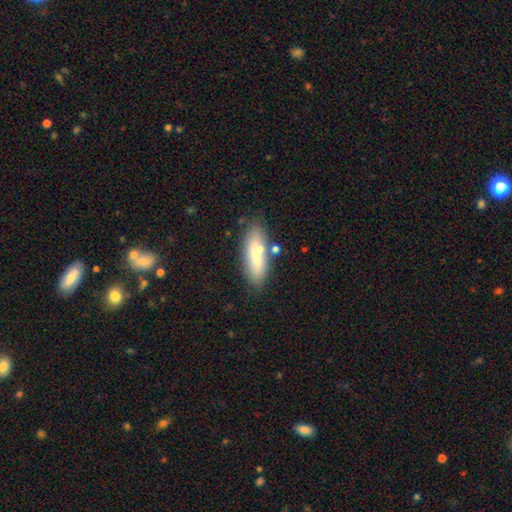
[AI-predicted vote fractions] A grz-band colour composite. It shows a smooth galaxy with no disk features (73%) that is in between round and cigar-shaped (54%). Merging: none (74%).